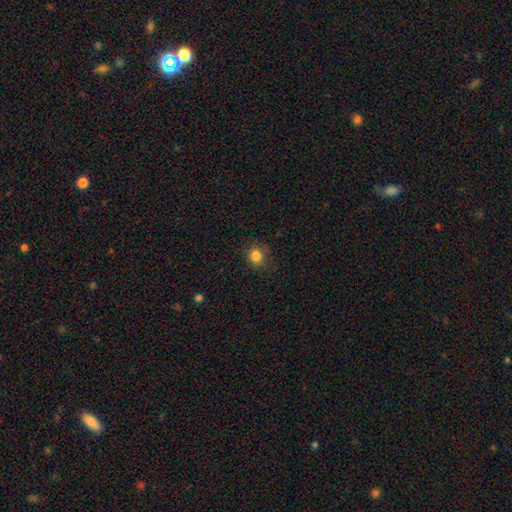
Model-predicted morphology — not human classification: This is clearly a smooth galaxy (83%). How rounded: clearly round (83%). Merging: clearly none (82%).